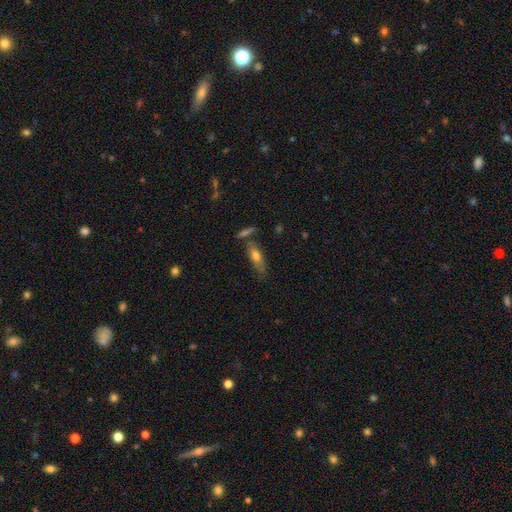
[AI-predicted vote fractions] Smooth or featured?
  - smooth: 64% *
  - featured or disk: 28%
  - star or artifact: 7%
How rounded?
  - in between: 56% *
  - cigar-shaped: 41%
  - round: 3%
Merging?
  - none: 61% *
  - minor disturbance: 21%
  - merger: 12%
  - major disturbance: 7%